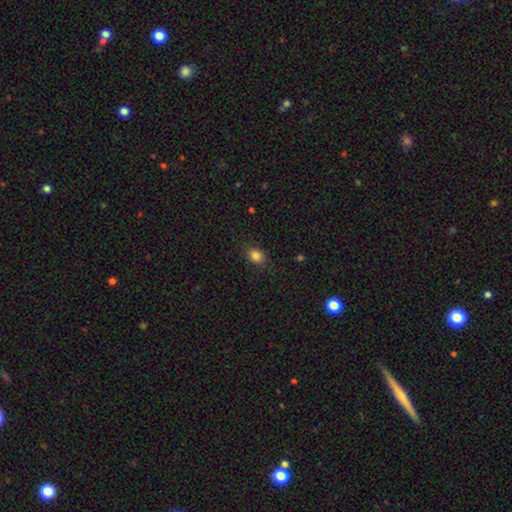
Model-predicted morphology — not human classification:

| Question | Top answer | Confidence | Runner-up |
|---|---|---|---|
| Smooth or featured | smooth | 84% | star or artifact (11%) |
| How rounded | in between | 57% | round (42%) |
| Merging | none | 86% | minor disturbance (10%) |